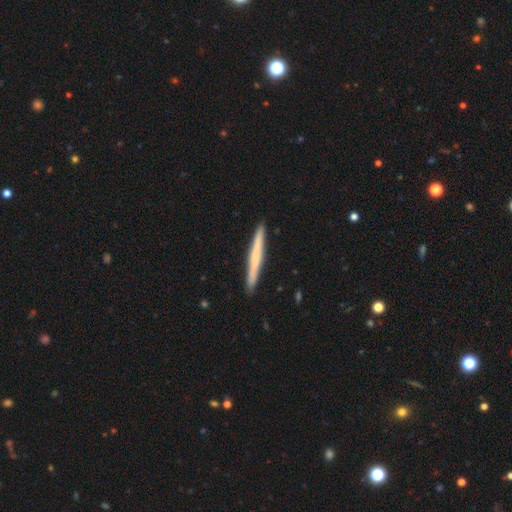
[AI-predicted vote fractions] smooth_or_featured: smooth (p=0.51) [alt: featured or disk p=0.44]
how_rounded: cigar-shaped (p=0.97) [alt: in between p=0.02]
merging: none (p=0.92) [alt: minor disturbance p=0.05]